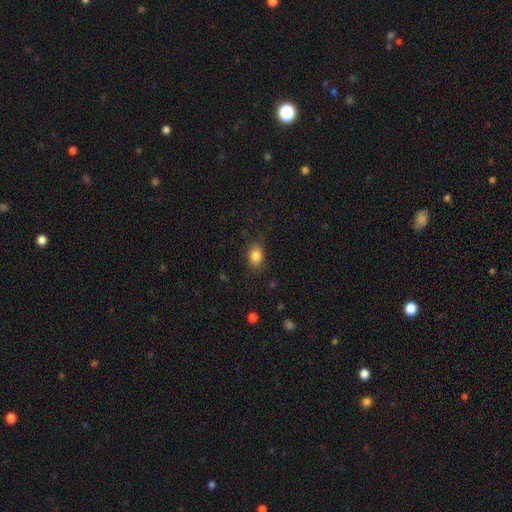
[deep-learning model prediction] Smooth or featured? smooth (84%)
How rounded? in between (70%)
Merging? none (80%)